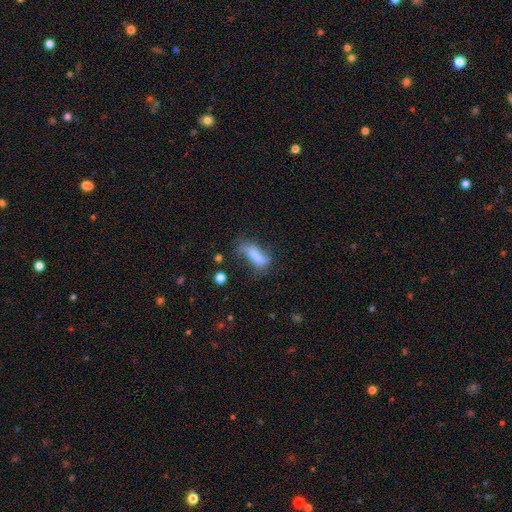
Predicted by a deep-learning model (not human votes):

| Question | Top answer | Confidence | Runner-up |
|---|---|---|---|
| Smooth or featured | smooth | 65% | featured or disk (25%) |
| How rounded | in between | 66% | cigar-shaped (31%) |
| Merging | none | 38% | minor disturbance (30%) |